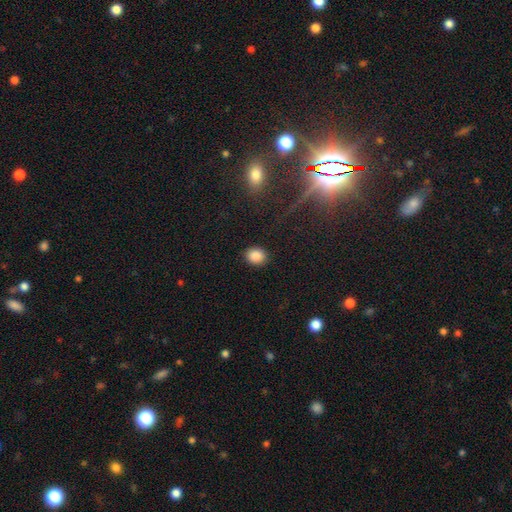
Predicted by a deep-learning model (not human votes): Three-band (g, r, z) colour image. It shows a smooth galaxy with no disk features (87%) that is round (60%). Merging: none (89%).